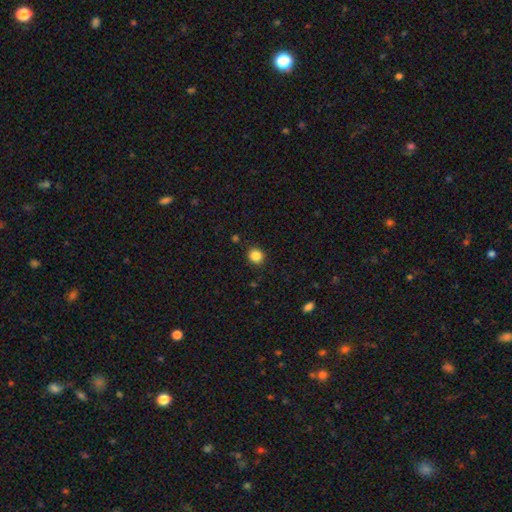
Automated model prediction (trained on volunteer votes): A smooth galaxy with no disk features (86%) that is round (82%).

Vote fractions:
- Smooth or featured? smooth: 86% / star or artifact: 11% / featured or disk: 3%
- How rounded? round: 82% / in between: 17% / cigar-shaped: 1%
- Merging? none: 89% / minor disturbance: 7% / major disturbance: 2% / merger: 2%